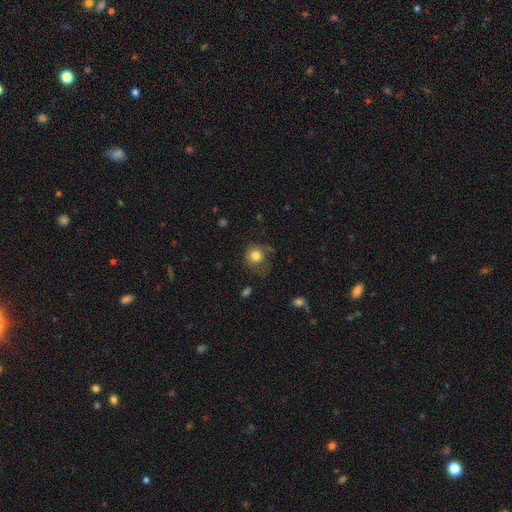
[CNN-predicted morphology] This is likely a smooth galaxy (79%). How rounded: clearly round (83%). Merging: possibly none (54%).